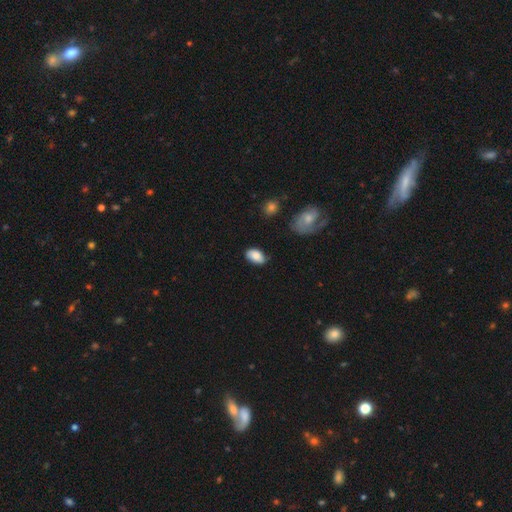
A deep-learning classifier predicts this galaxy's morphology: smooth 84%, featured or disk 9%, star or artifact 7%. Down the decision tree: how rounded — in between (92%); merging — none (75%).